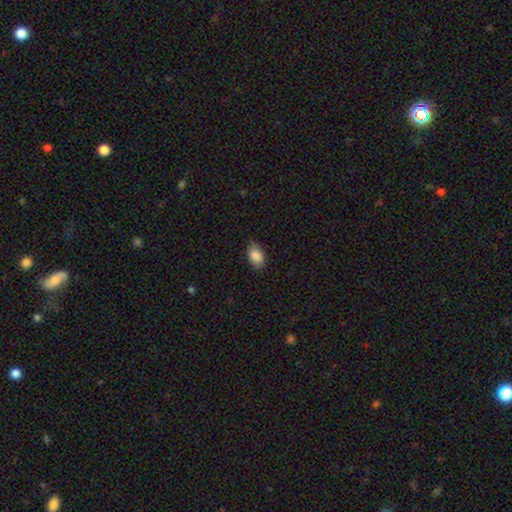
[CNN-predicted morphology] This appears to be a smooth galaxy with no disk features (87%) that is in between round and cigar-shaped (87%). Merging: none (78%).